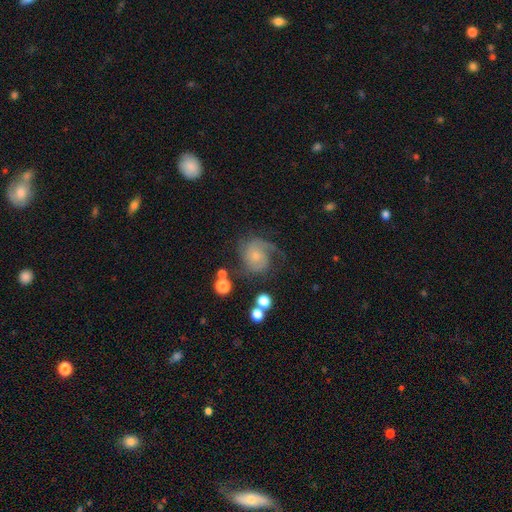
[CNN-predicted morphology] Overall: featured or disk (69%). Edge-on disk: no (98%). Bar: no (75%). Spiral arms: yes (92%). Spiral arm count: 1 (38%; 2 33%). Spiral winding: medium (41%; tight 34%). Bulge size: small (63%; moderate 26%). Merging: none (50%; major disturbance 25%).